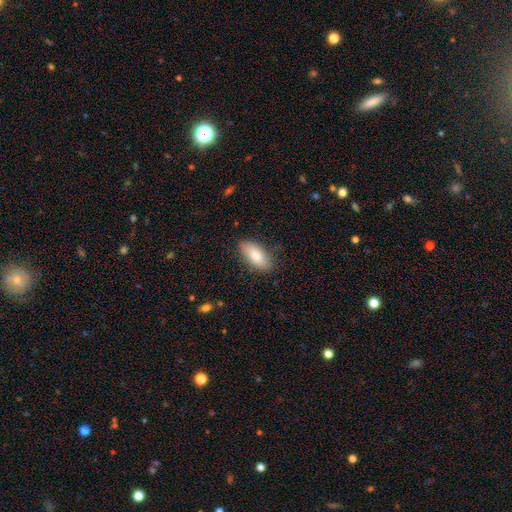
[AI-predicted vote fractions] Morphology: type=smooth (82%); roundness=in between (89%); merging=none (83%).